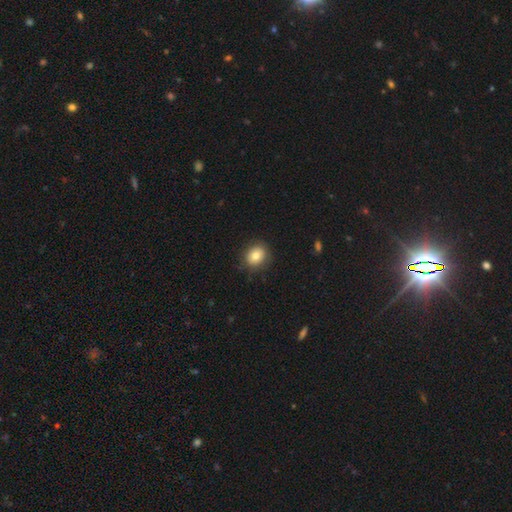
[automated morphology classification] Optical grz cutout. It shows a smooth galaxy with no disk features (82%) that is round (64%). Merging: none (87%).